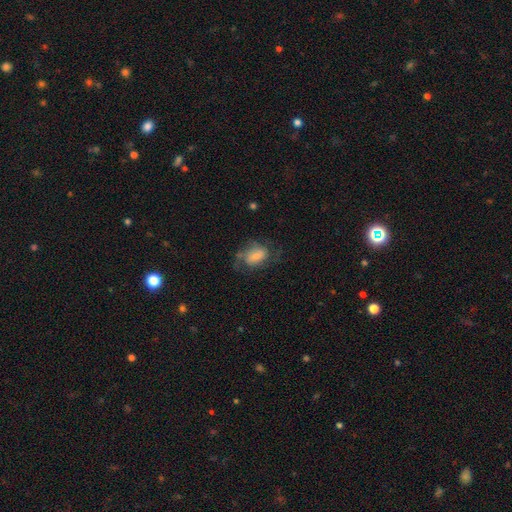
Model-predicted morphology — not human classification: A smooth galaxy with no disk features (49%). Merging: none (49%).